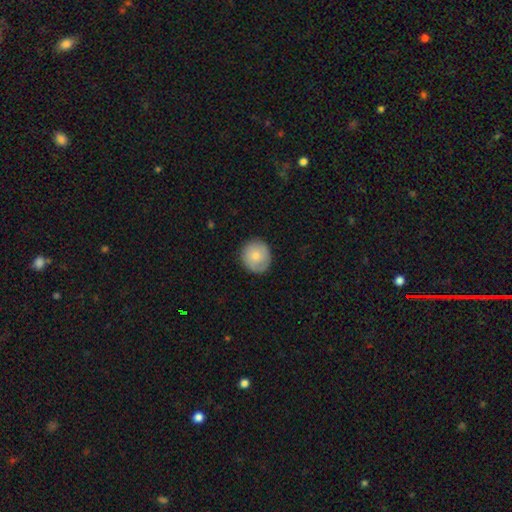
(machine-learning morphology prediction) Overall: smooth (73%). How rounded: round (90%). Merging: none (85%).